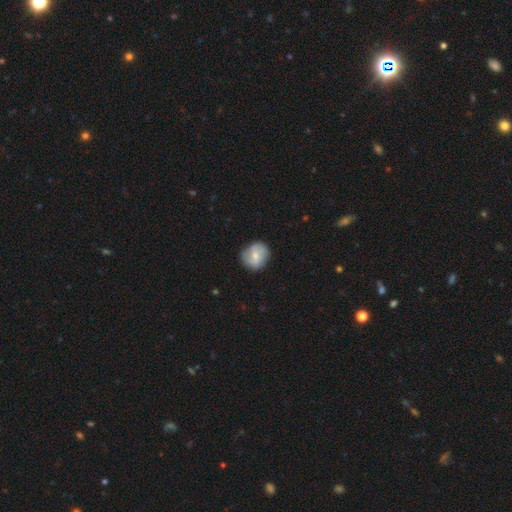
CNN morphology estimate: Overall: smooth (53%; featured or disk 40%). How rounded: round (82%). Merging: none (79%).